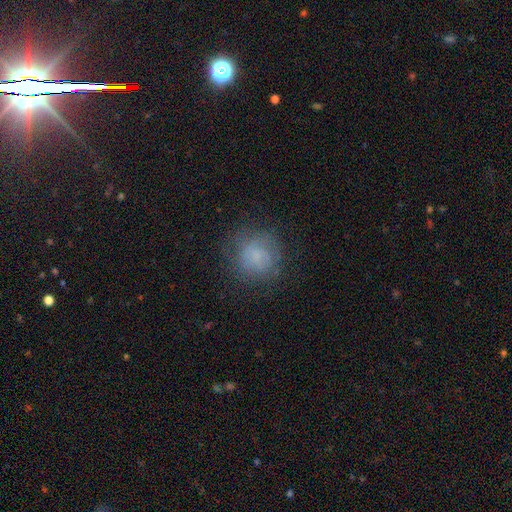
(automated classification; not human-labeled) Smooth or featured: smooth — 68% (featured or disk — 20%)
How rounded: round — 88% (in between — 11%)
Merging: none — 74% (minor disturbance — 16%)